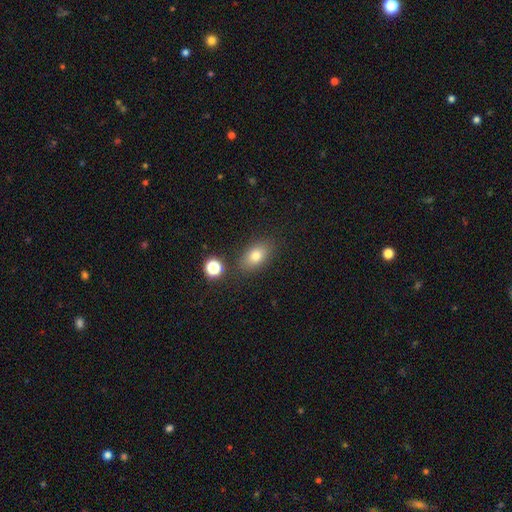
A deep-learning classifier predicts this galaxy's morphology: smooth 77%, star or artifact 12%, featured or disk 11%. Down the decision tree: how rounded — in between (82%); merging — none (81%).